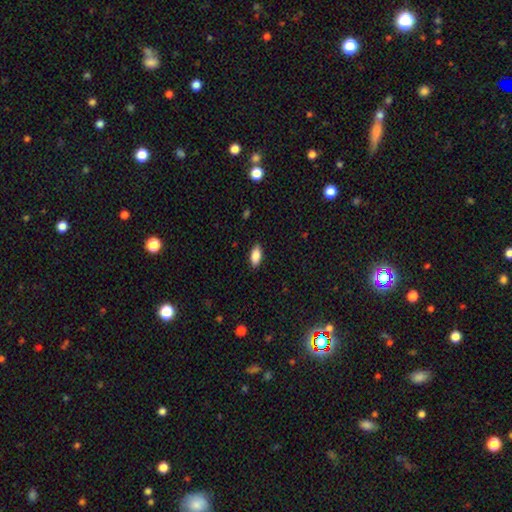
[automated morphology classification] Smooth or featured: smooth — 86% (star or artifact — 7%)
How rounded: in between — 89% (cigar-shaped — 8%)
Merging: none — 87% (minor disturbance — 10%)